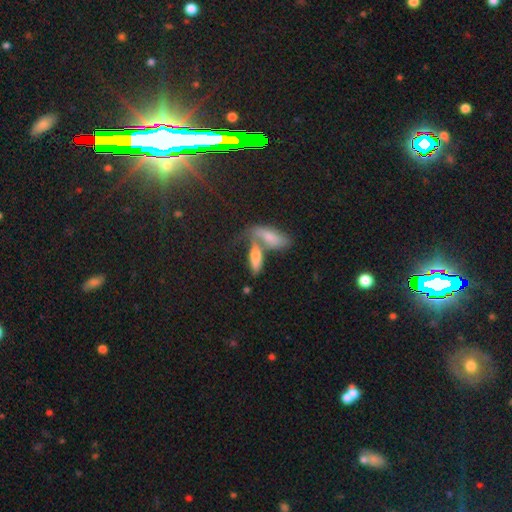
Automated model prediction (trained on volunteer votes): A smooth galaxy with no disk features (62%) that is in between round and cigar-shaped (56%). Merging: merger (51%).